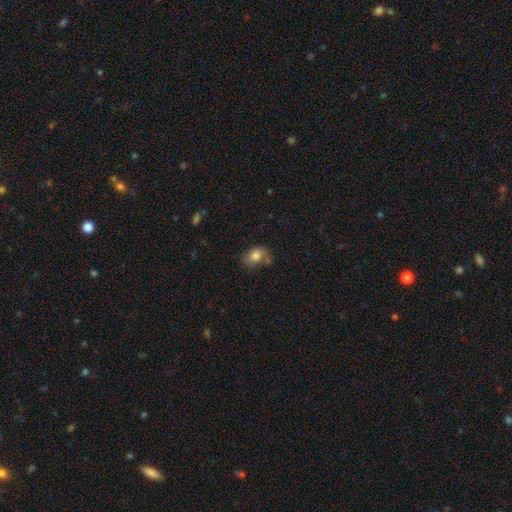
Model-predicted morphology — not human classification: smooth 80%, featured or disk 10%, star or artifact 9%. Down the decision tree: how rounded — in between (67%); merging — none (56%).